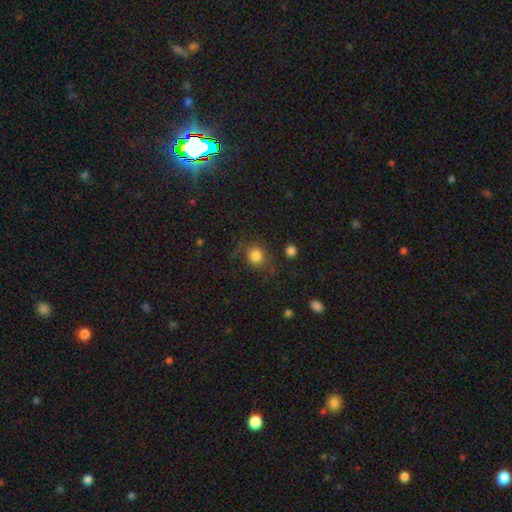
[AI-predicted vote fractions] Morphology: type=smooth (81%); roundness=round (85%); merging=none (72%).